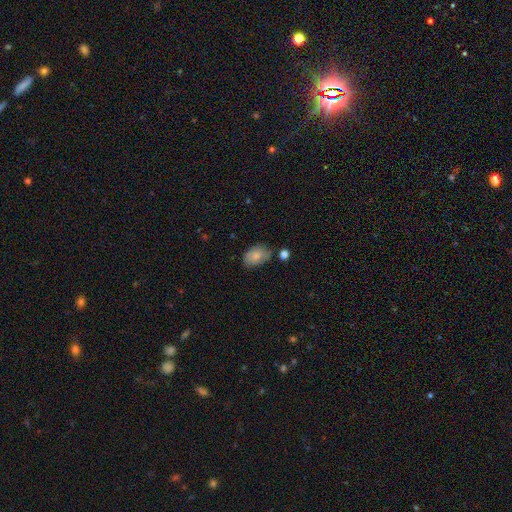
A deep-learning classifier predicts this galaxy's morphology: Q: Smooth or featured?
A: smooth (82%); runner-up: featured or disk (11%)
Q: How rounded?
A: in between (88%); runner-up: round (11%)
Q: Merging?
A: none (67%); runner-up: minor disturbance (23%)